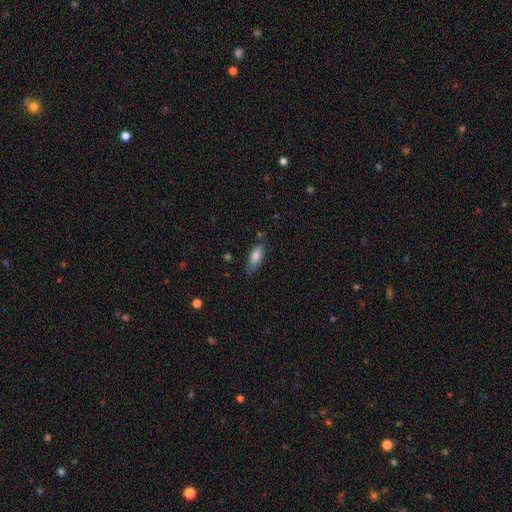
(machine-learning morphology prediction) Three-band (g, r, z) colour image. It shows a smooth galaxy with no disk features (81%) that is in between round and cigar-shaped (74%). Merging: none (74%).